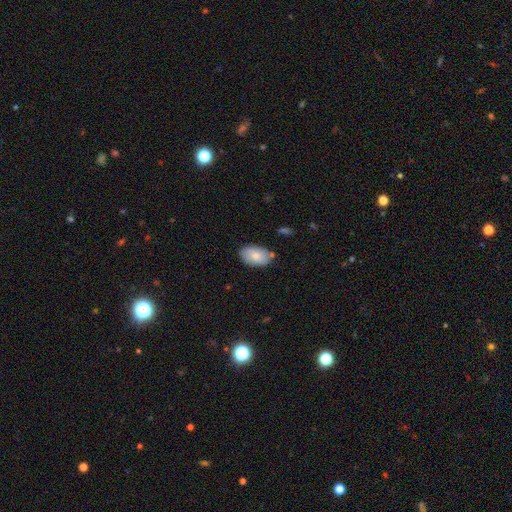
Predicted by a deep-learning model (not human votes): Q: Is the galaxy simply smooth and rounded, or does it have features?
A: smooth — 79%.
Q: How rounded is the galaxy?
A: in between — 93%.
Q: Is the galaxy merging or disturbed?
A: none — 77%.